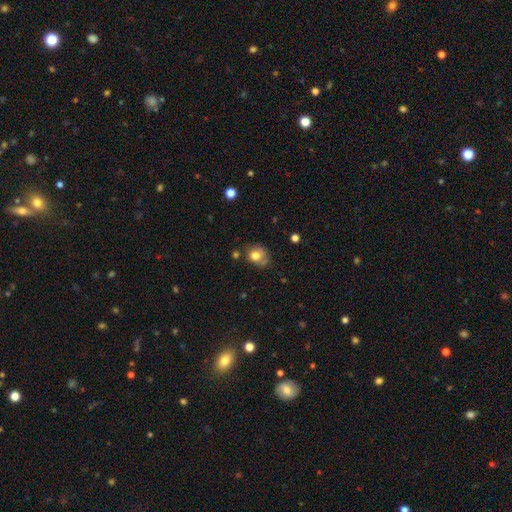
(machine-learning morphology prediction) This is likely a smooth galaxy (76%). How rounded: likely round (62%). Merging: possibly none (51%).